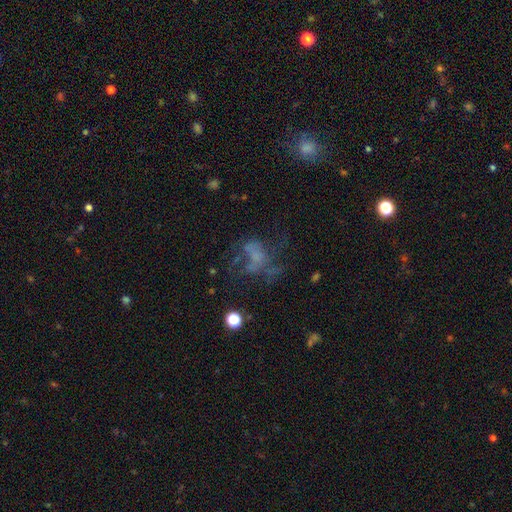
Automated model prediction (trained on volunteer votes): Smooth or featured? Predicted: featured or disk (p=0.49). Merging? Predicted: major disturbance (p=0.40).